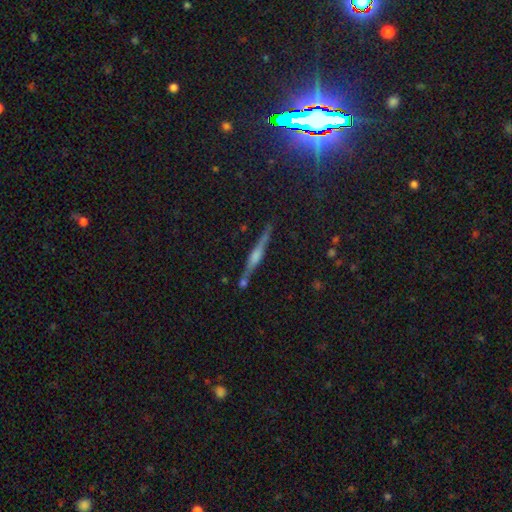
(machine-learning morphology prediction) featured or disk 69%, smooth 19%, star or artifact 12%. Down the decision tree: edge-on disk — yes (97%); edge-on bulge — rounded (65%); merging — none (82%).